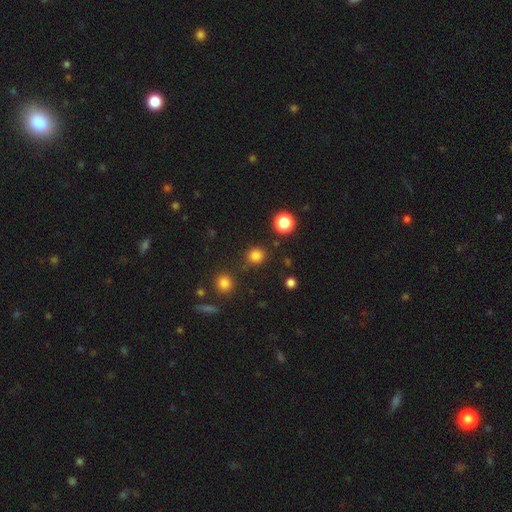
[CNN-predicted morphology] smooth_or_featured: smooth (p=0.81) [alt: star or artifact p=0.15]
how_rounded: round (p=0.88) [alt: in between p=0.11]
merging: none (p=0.85) [alt: minor disturbance p=0.08]